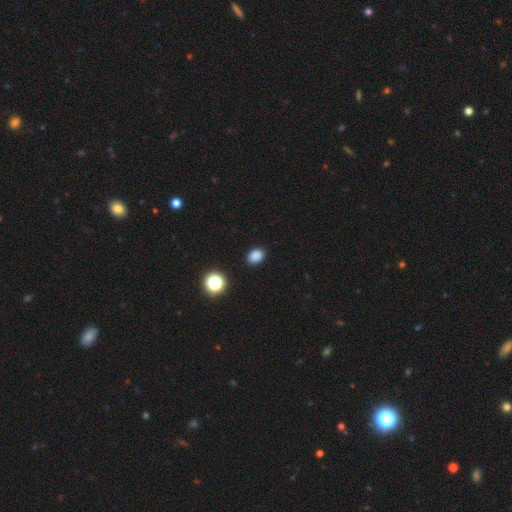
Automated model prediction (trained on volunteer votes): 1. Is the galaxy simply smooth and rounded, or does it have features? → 84% smooth, 13% star or artifact, 3% featured or disk.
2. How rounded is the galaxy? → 60% in between, 39% round, 1% cigar-shaped.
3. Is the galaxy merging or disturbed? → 89% none, 8% minor disturbance, 2% major disturbance, 1% merger.